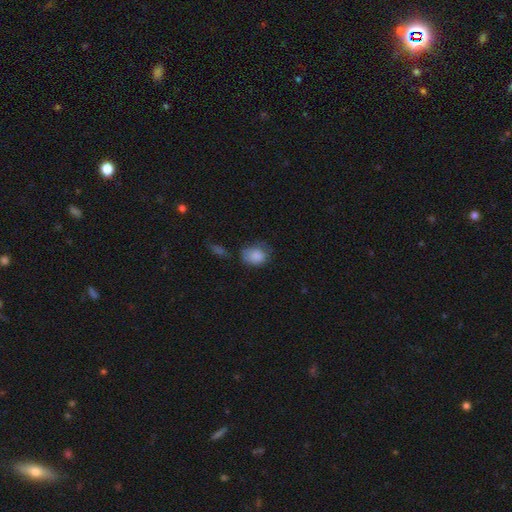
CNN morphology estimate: A smooth galaxy with no disk features (85%) that is round (50%). Merging: none (52%).